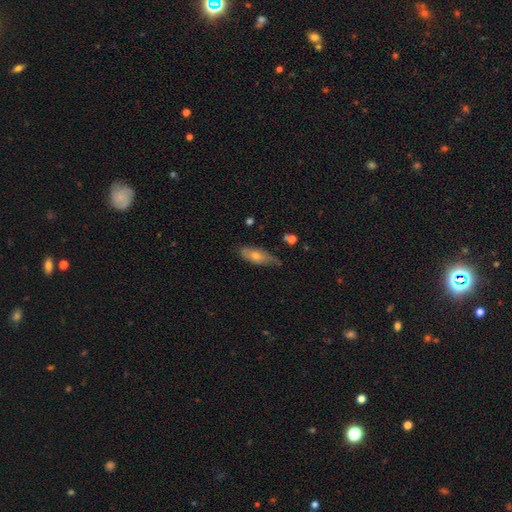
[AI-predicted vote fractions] Overall: featured or disk (47%; smooth 45%). Merging: none (66%; minor disturbance 26%).